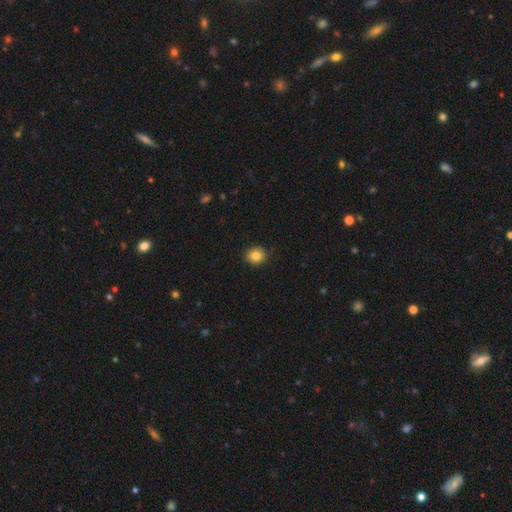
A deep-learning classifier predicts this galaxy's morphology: smooth_or_featured: smooth (p=0.85) [alt: star or artifact p=0.10]
how_rounded: round (p=0.86) [alt: in between p=0.14]
merging: none (p=0.88) [alt: minor disturbance p=0.09]